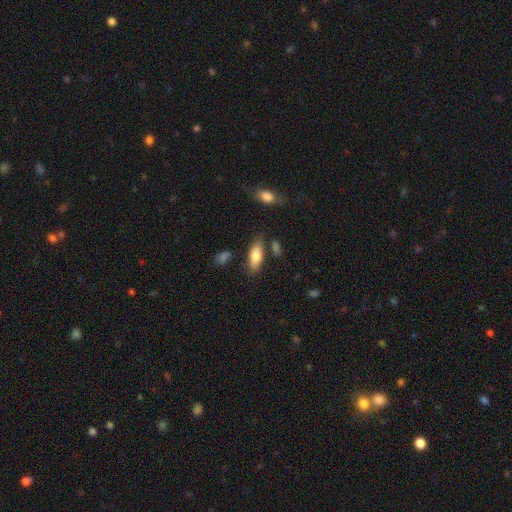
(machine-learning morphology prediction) A smooth galaxy with no disk features (77%) that is in between round and cigar-shaped (76%).

Vote fractions:
- Smooth or featured? smooth: 77% / featured or disk: 16% / star or artifact: 6%
- How rounded? in between: 76% / cigar-shaped: 22% / round: 2%
- Merging? none: 74% / minor disturbance: 16% / merger: 6% / major disturbance: 4%